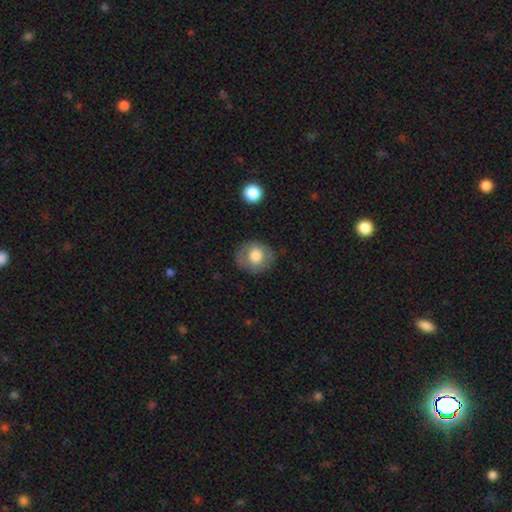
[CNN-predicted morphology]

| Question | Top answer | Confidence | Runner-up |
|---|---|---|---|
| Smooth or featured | smooth | 69% | featured or disk (24%) |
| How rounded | round | 74% | in between (25%) |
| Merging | none | 79% | minor disturbance (14%) |